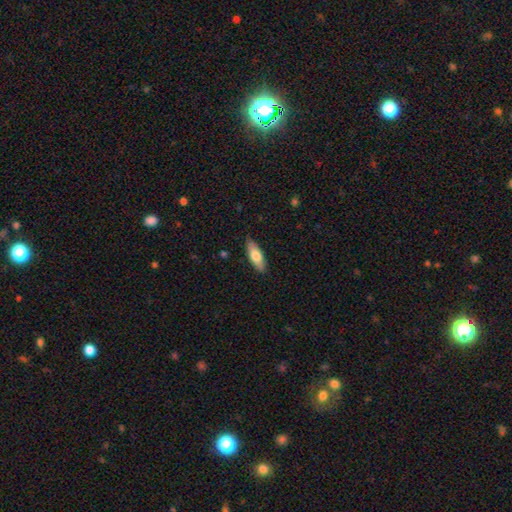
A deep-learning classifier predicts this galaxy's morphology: This is likely a smooth galaxy (71%). How rounded: likely in between (61%). Merging: clearly none (87%).